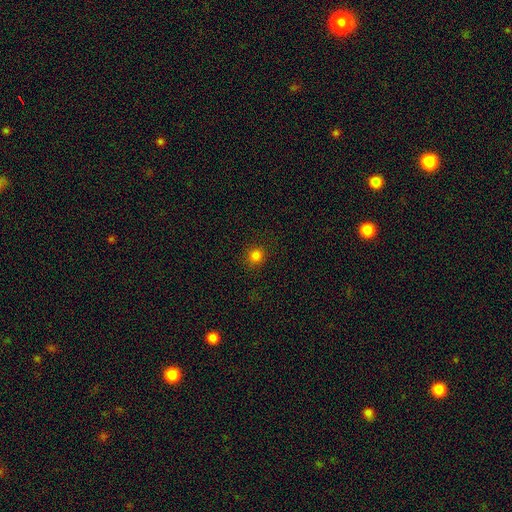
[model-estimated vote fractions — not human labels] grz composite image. It shows a smooth galaxy with no disk features (81%) that is round (88%). Merging: none (89%).